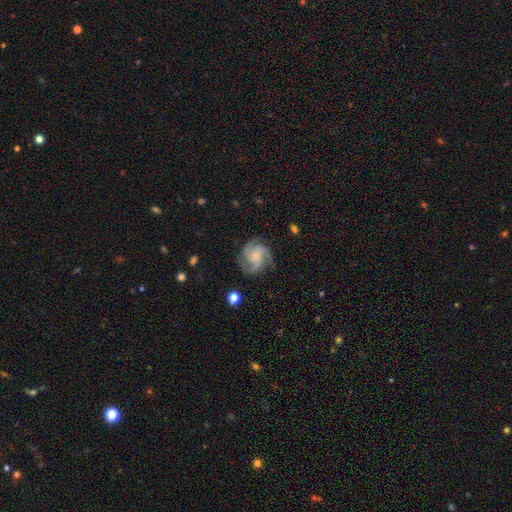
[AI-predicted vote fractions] Smooth or featured? Predicted: featured or disk (p=0.87). Edge-on disk? Predicted: no (p=0.98). Bar? Predicted: no (p=0.75). Spiral arms? Predicted: yes (p=0.98). Spiral winding? Predicted: medium (p=0.49). Spiral arm count? Predicted: 3 (p=0.63). Bulge size? Predicted: small (p=0.75). Merging? Predicted: none (p=0.77).